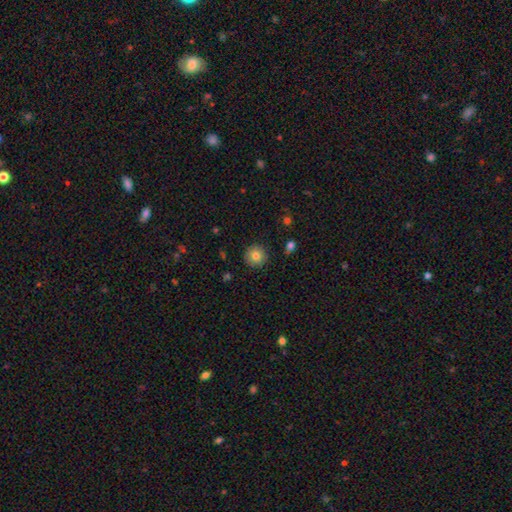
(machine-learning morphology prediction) This is clearly a smooth galaxy (81%). How rounded: clearly round (94%). Merging: clearly none (90%).